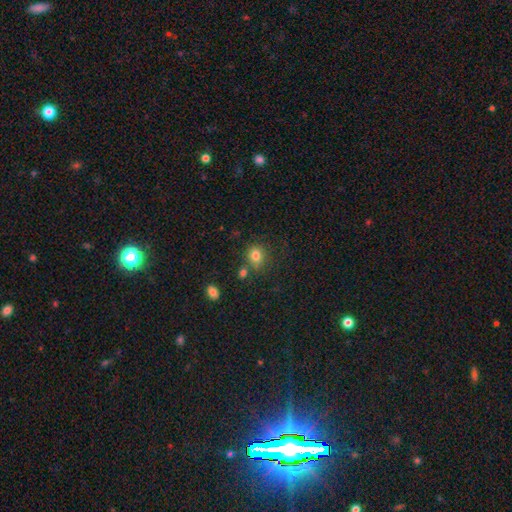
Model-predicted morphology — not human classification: smooth-or-featured: smooth: 80% | star or artifact: 13% | featured or disk: 7%
  how-rounded: round: 68% | in between: 31% | cigar-shaped: 1%
  merging: none: 69% | minor disturbance: 13% | merger: 13% | major disturbance: 4%